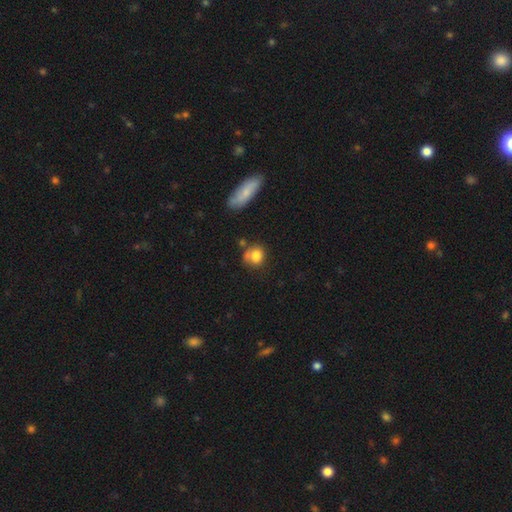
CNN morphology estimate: smooth_or_featured: smooth (p=0.78) [alt: featured or disk p=0.12]
how_rounded: round (p=0.67) [alt: in between p=0.31]
merging: none (p=0.50) [alt: minor disturbance p=0.23]